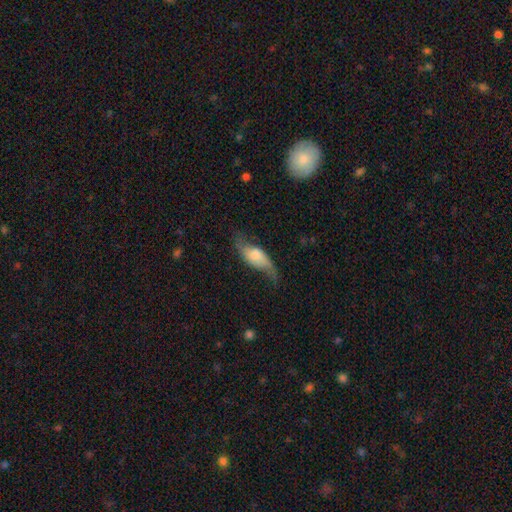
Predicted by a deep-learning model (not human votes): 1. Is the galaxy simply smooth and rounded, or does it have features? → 58% featured or disk, 35% smooth, 7% star or artifact.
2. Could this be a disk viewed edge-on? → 83% no, 17% yes.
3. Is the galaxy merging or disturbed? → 54% none, 27% minor disturbance, 17% major disturbance, 3% merger.